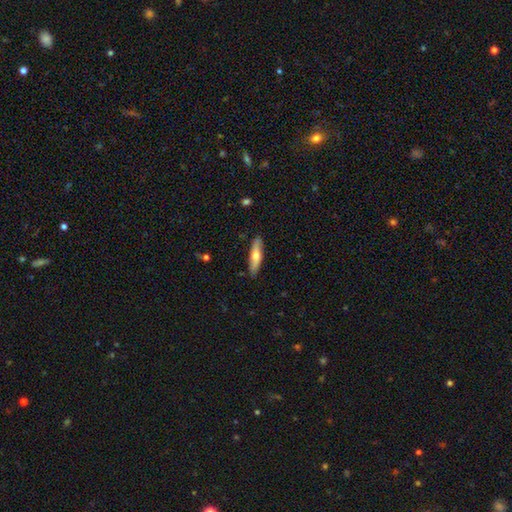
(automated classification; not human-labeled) A smooth galaxy with no disk features (59%) that is cigar-shaped (70%).

Vote fractions:
- Smooth or featured? smooth: 59% / featured or disk: 35% / star or artifact: 6%
- How rounded? cigar-shaped: 70% / in between: 28% / round: 2%
- Merging? none: 87% / minor disturbance: 10% / major disturbance: 2% / merger: 1%